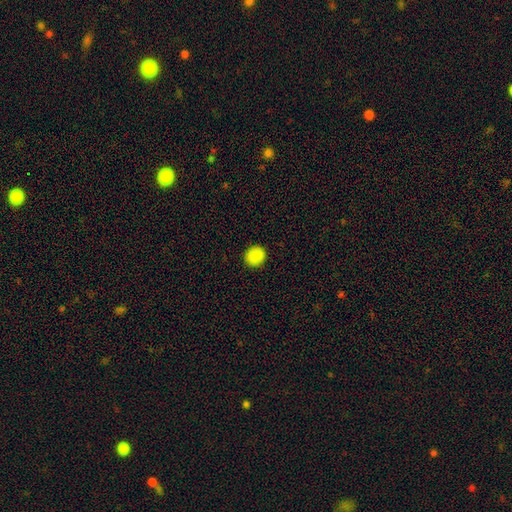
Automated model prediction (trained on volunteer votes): Smooth or featured? Predicted: smooth (p=0.85). How rounded? Predicted: round (p=0.88). Merging? Predicted: none (p=0.87).